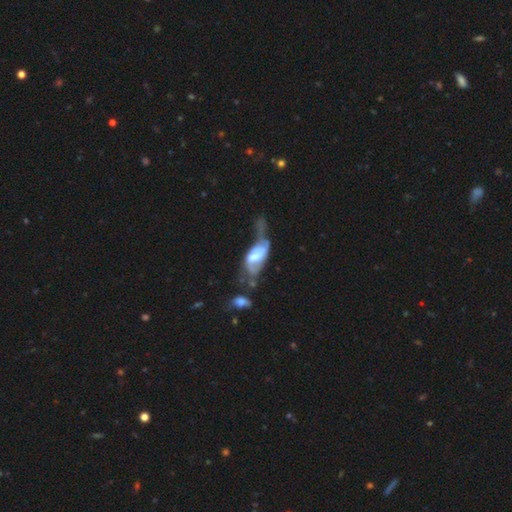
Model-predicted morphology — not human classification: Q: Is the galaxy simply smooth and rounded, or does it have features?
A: featured or disk — 64%.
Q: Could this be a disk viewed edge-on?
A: no — 92%.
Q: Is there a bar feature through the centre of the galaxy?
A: weak — 42%.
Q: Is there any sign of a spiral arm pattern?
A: yes — 70%.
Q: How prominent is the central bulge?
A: moderate — 45%.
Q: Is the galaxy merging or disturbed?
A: major disturbance — 42%.